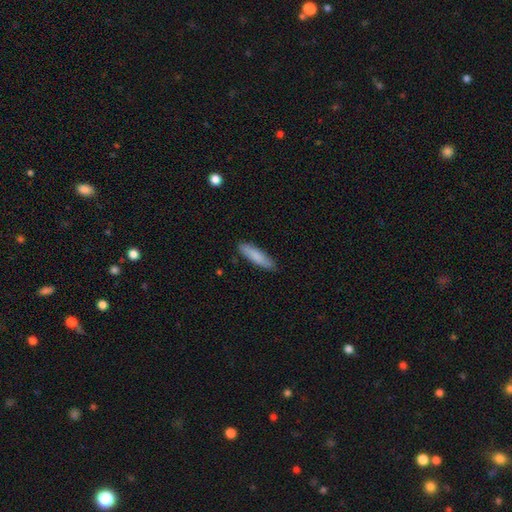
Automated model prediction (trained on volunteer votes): Q: Smooth or featured?
A: smooth (84%); runner-up: featured or disk (11%)
Q: How rounded?
A: cigar-shaped (74%); runner-up: in between (25%)
Q: Merging?
A: none (85%); runner-up: minor disturbance (12%)